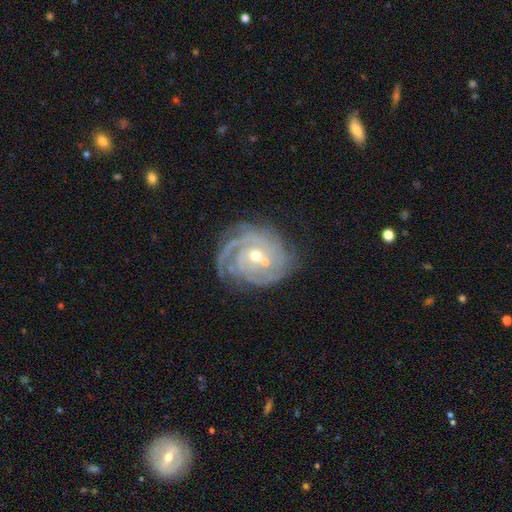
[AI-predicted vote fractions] A featured or disk galaxy (86%) with no bar (54%), 3 (33%) tight (78%) spiral arms (97%) and a moderate central bulge (50%). Merging: none (71%).